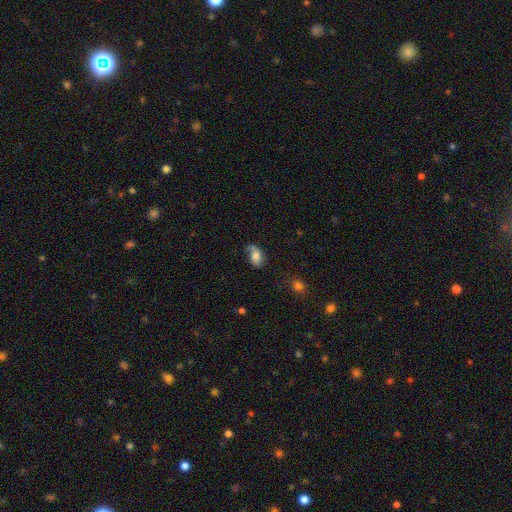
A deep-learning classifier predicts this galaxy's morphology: Smooth or featured: smooth — 54% (featured or disk — 36%)
How rounded: in between — 87% (round — 10%)
Merging: none — 44% (minor disturbance — 29%)